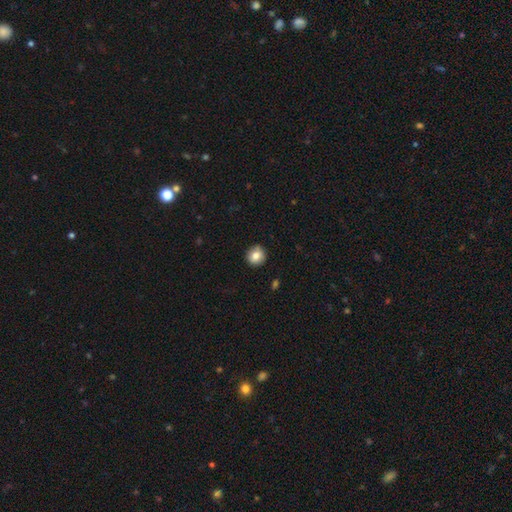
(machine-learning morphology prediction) Smooth or featured: smooth — 82% (featured or disk — 10%)
How rounded: round — 91% (in between — 8%)
Merging: none — 90% (minor disturbance — 8%)